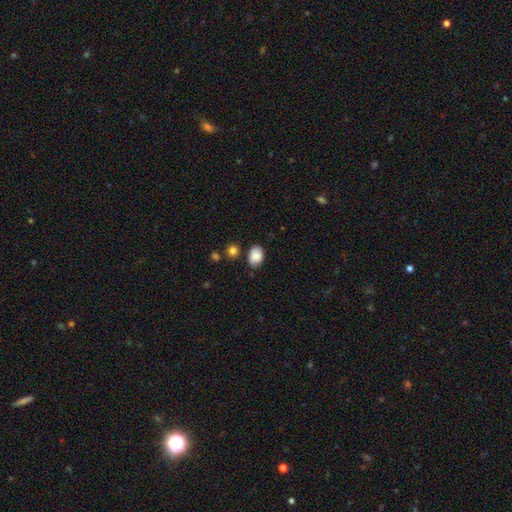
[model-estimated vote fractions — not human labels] Q: Smooth or featured?
A: smooth (84%); runner-up: star or artifact (8%)
Q: How rounded?
A: in between (77%); runner-up: round (22%)
Q: Merging?
A: none (67%); runner-up: minor disturbance (24%)